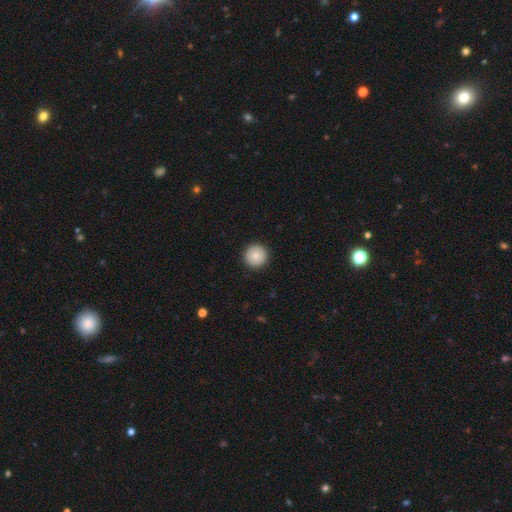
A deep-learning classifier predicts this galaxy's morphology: smooth_or_featured: smooth (p=0.84) [alt: featured or disk p=0.08]
how_rounded: round (p=0.97) [alt: in between p=0.02]
merging: none (p=0.93) [alt: minor disturbance p=0.04]